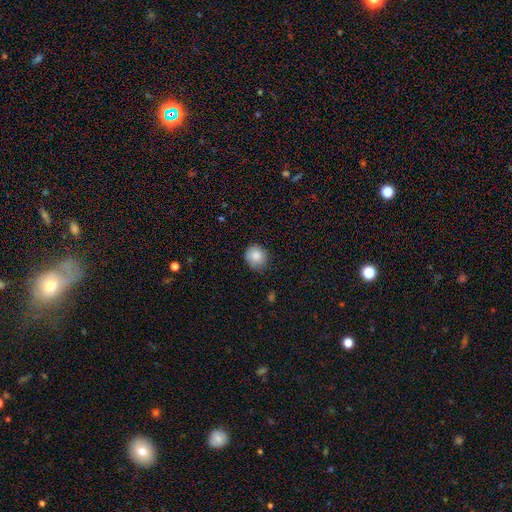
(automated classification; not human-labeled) A smooth galaxy with no disk features (85%) that is round (82%).

Vote fractions:
- Smooth or featured? smooth: 85% / star or artifact: 9% / featured or disk: 6%
- How rounded? round: 82% / in between: 17% / cigar-shaped: 1%
- Merging? none: 76% / minor disturbance: 20% / major disturbance: 3% / merger: 1%